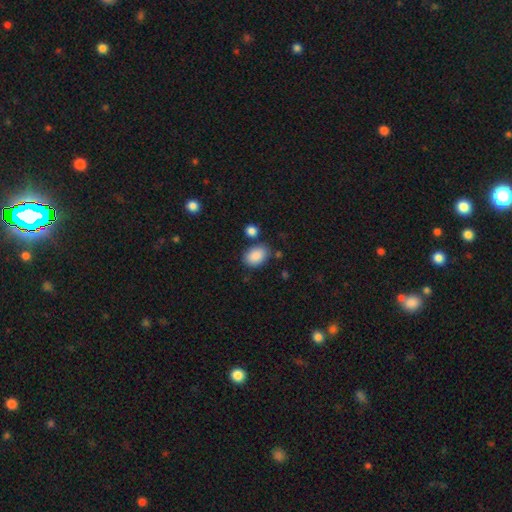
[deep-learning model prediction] A smooth galaxy with no disk features (89%) that is in between round and cigar-shaped (84%). Merging: none (75%).